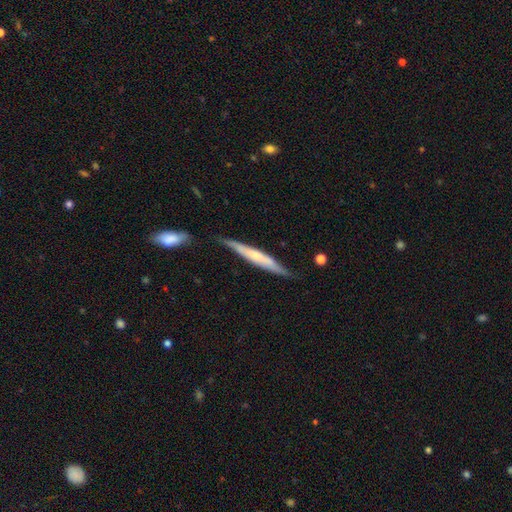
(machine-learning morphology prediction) This is possibly a featured or disk galaxy (54%). It is clearly viewed edge-on (88%). Merging: likely none (72%).